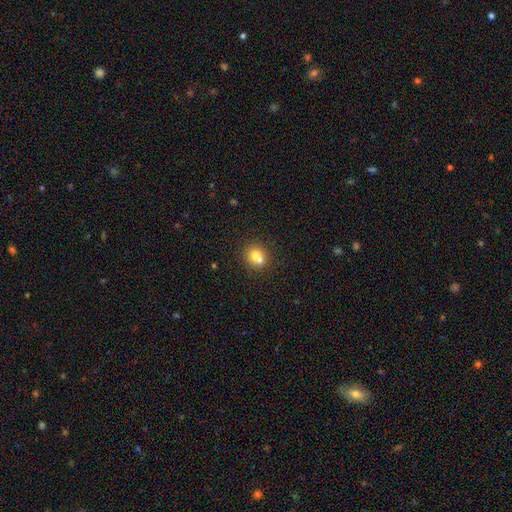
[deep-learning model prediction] The model was most divided on "merging": none: 45%, merger: 44%, minor disturbance: 8%, major disturbance: 3%. More confident: how rounded — round (79%); smooth or featured — smooth (72%).